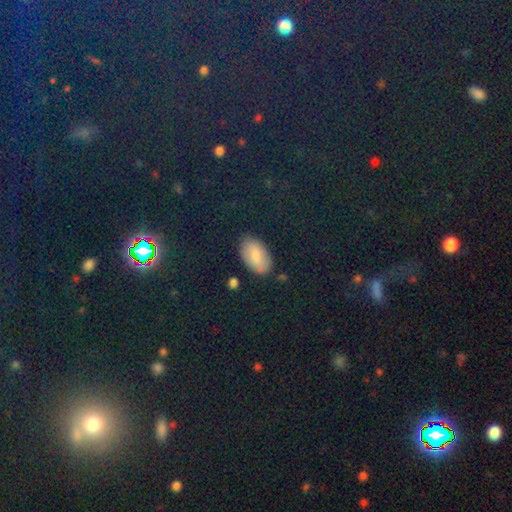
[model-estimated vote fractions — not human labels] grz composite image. It shows a smooth galaxy with no disk features (76%) that is in between round and cigar-shaped (95%). Merging: none (83%).